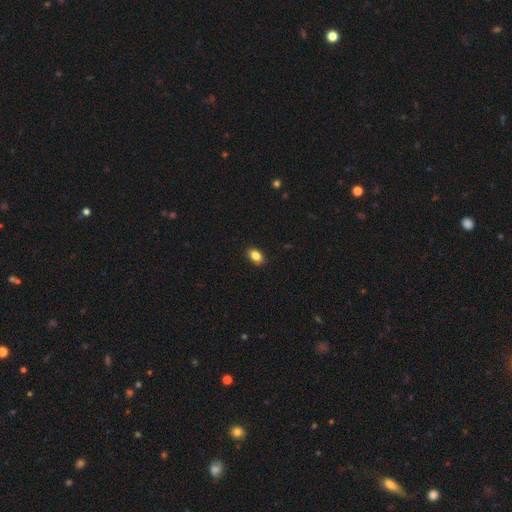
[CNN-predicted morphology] This appears to be a smooth galaxy with no disk features (86%) that is in between round and cigar-shaped (83%). Merging: none (90%).